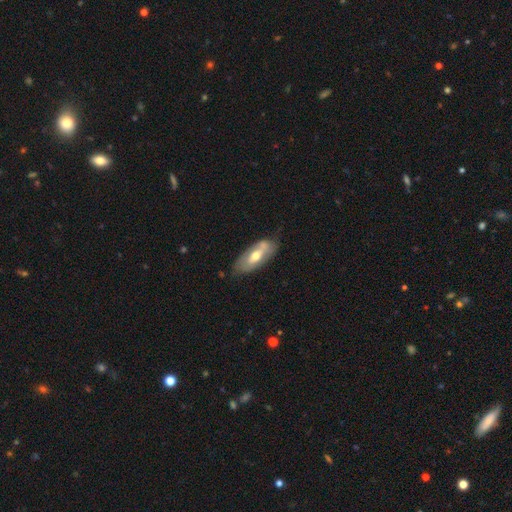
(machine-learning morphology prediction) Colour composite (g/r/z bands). It shows a featured or disk galaxy (55%). Merging: none (68%).